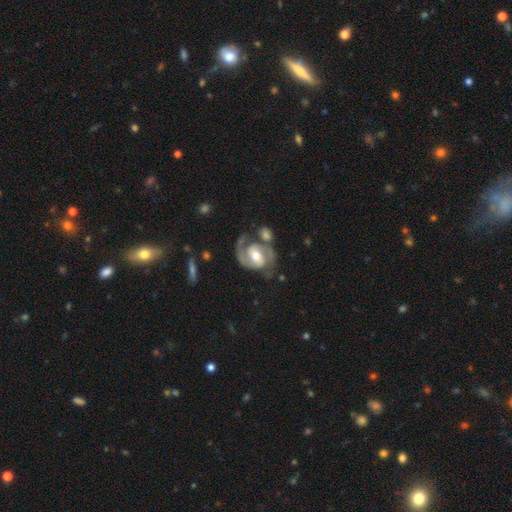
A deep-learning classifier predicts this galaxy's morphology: This appears to be a featured or disk galaxy (88%) with a weak bar (42%), 2 (88%) medium (53%) spiral arms (96%) and a moderate central bulge (73%). Merging: none (61%).